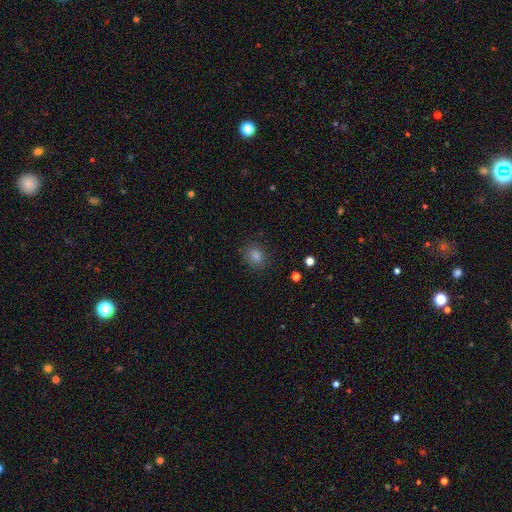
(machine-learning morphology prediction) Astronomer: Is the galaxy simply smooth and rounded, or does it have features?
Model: smooth — 80%.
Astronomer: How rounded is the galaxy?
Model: round — 63%.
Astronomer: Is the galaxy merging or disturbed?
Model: none — 86%.